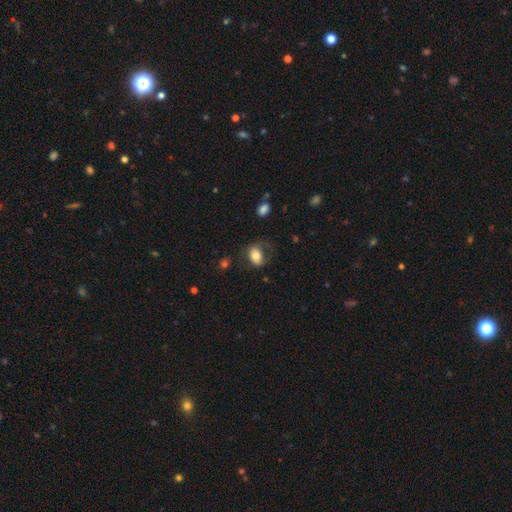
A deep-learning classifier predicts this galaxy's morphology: A smooth galaxy with no disk features (73%) that is in between round and cigar-shaped (79%). Merging: none (56%).